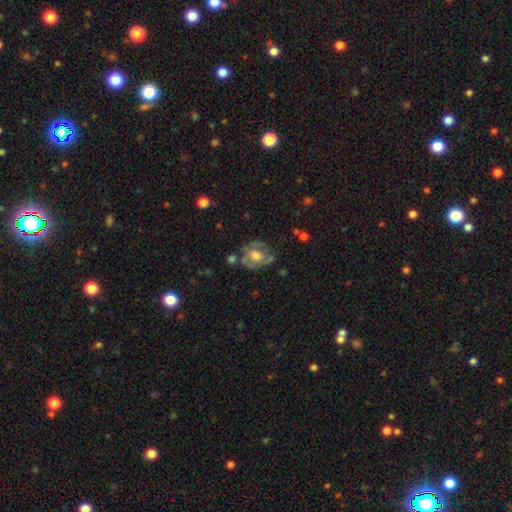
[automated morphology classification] This appears to be a featured or disk galaxy (64%) with no bar (72%), spiral arms (62%) and a moderate central bulge (46%). Merging: none (58%).